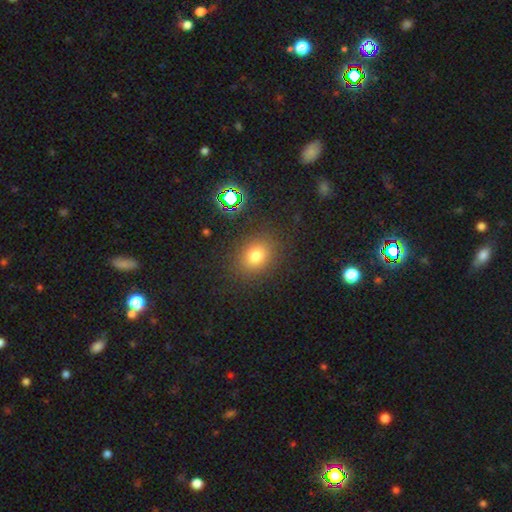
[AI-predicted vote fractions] Q: Smooth or featured?
A: smooth (73%); runner-up: star or artifact (18%)
Q: How rounded?
A: round (58%); runner-up: in between (41%)
Q: Merging?
A: none (84%); runner-up: minor disturbance (9%)